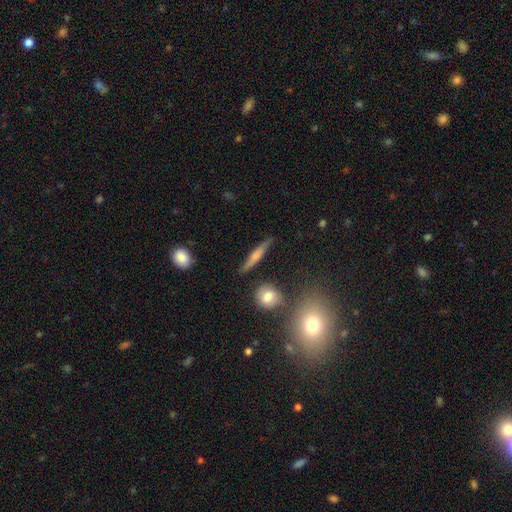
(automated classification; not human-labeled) This appears to be a featured or disk galaxy (47%). Merging: none (82%).